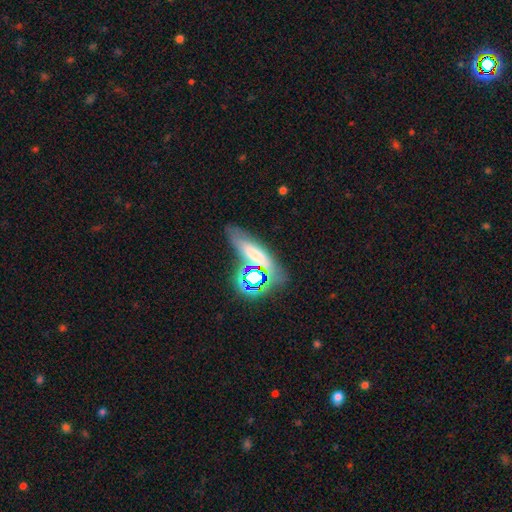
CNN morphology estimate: The model was most divided on "how rounded": cigar-shaped: 47%, in between: 42%, round: 10%. More confident: merging — none (65%); smooth or featured — smooth (55%).